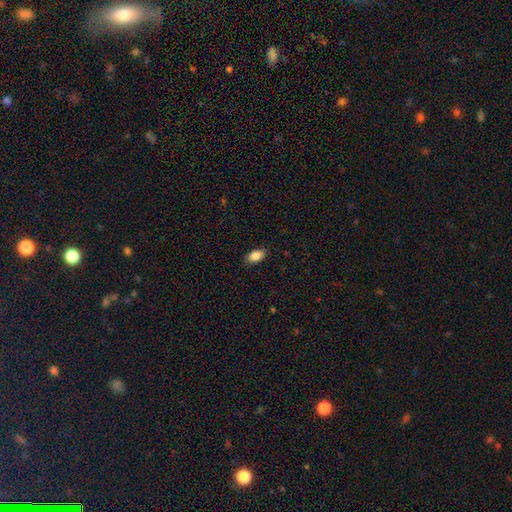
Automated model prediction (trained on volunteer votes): This is clearly a smooth galaxy (86%). How rounded: clearly in between (91%). Merging: clearly none (87%).